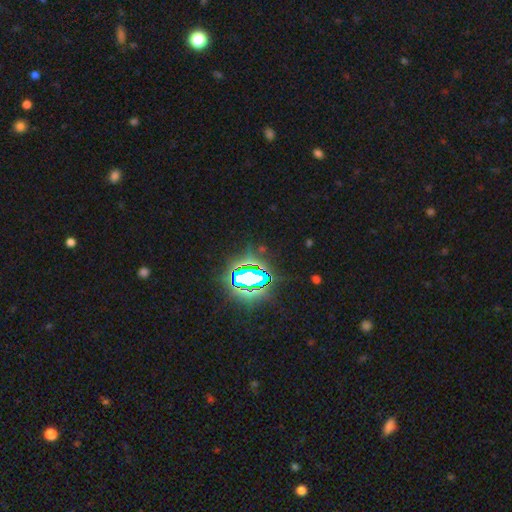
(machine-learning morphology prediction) This is clearly a star or artifact rather than a galaxy (82%).